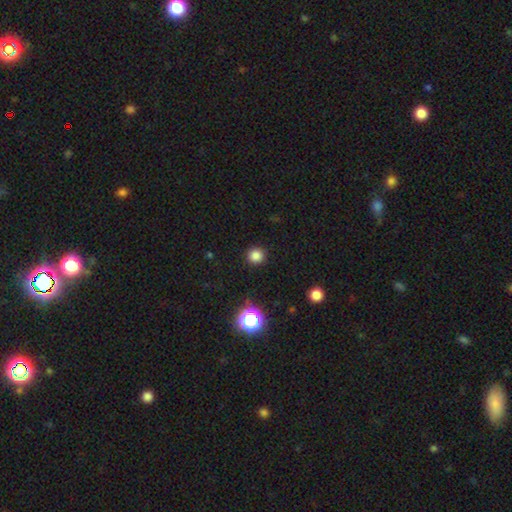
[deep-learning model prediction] Overall: smooth (82%). How rounded: round (93%). Merging: none (92%).